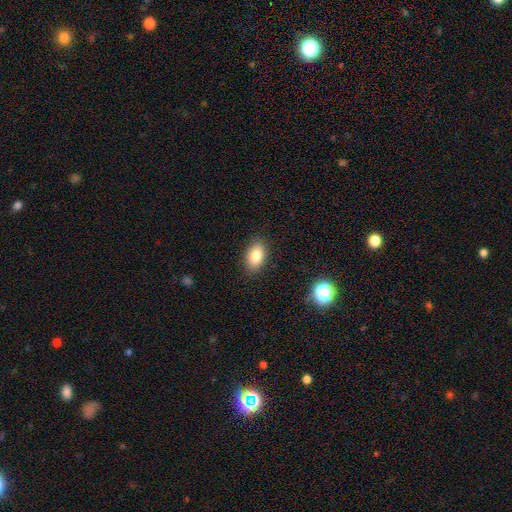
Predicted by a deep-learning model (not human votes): Smooth or featured?
  - smooth: 81% *
  - featured or disk: 10%
  - star or artifact: 9%
How rounded?
  - in between: 88% *
  - round: 10%
  - cigar-shaped: 2%
Merging?
  - none: 88% *
  - minor disturbance: 9%
  - major disturbance: 2%
  - merger: 1%